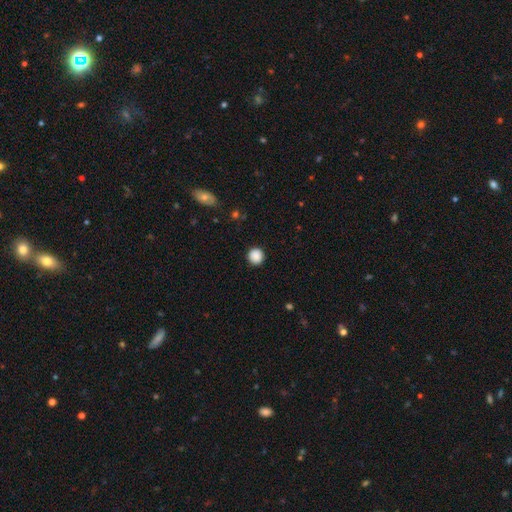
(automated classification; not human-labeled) Morphology: type=smooth (88%); roundness=round (94%); merging=none (91%).